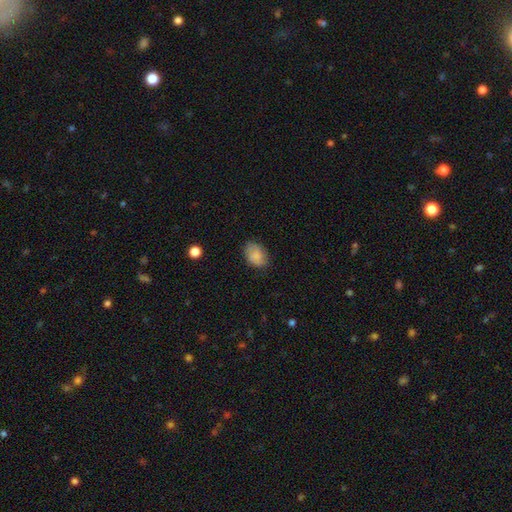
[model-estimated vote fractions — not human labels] Smooth or featured? smooth (86%)
How rounded? in between (79%)
Merging? none (77%)